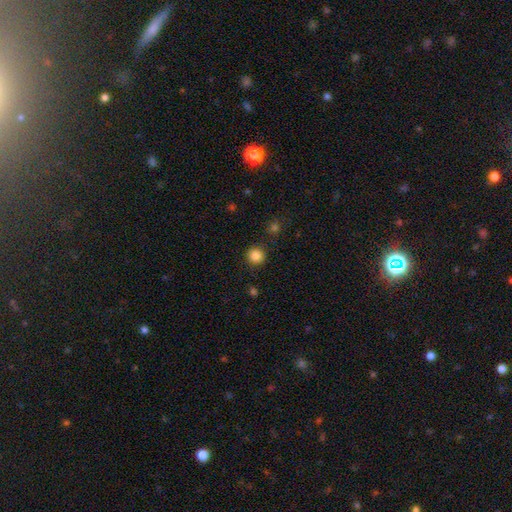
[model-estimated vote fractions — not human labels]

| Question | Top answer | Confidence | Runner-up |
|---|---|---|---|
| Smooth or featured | smooth | 86% | star or artifact (11%) |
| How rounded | round | 95% | in between (4%) |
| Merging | none | 90% | minor disturbance (6%) |